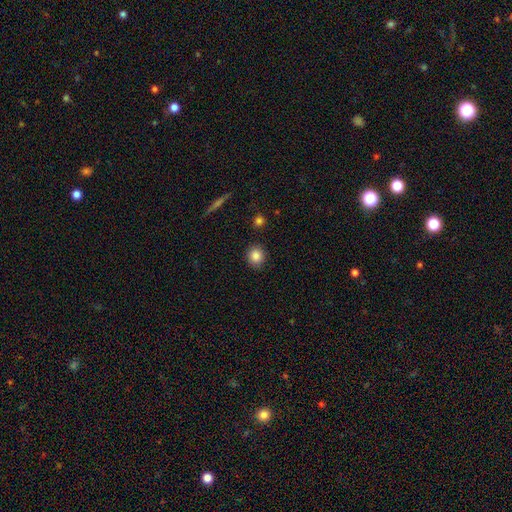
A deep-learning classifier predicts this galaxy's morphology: smooth-or-featured: smooth: 86% | star or artifact: 9% | featured or disk: 5%
  how-rounded: round: 83% | in between: 16% | cigar-shaped: 1%
  merging: none: 89% | minor disturbance: 7% | major disturbance: 2% | merger: 2%